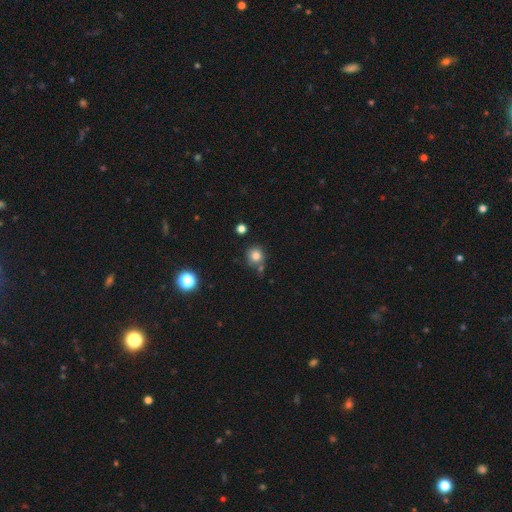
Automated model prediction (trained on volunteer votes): Smooth or featured? Predicted: smooth (p=0.81). How rounded? Predicted: round (p=0.89). Merging? Predicted: none (p=0.70).